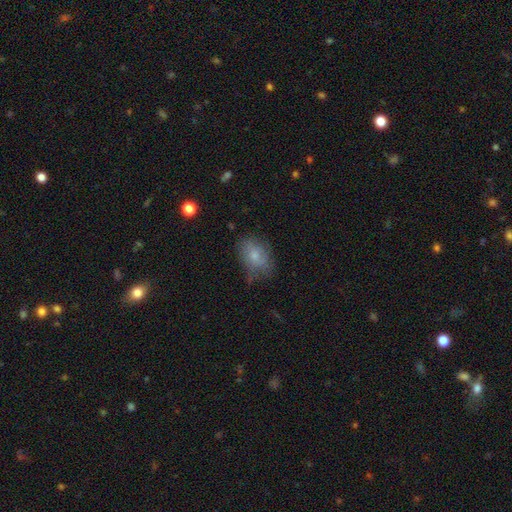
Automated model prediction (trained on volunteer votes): Q: Smooth or featured?
A: smooth (72%); runner-up: featured or disk (19%)
Q: How rounded?
A: in between (80%); runner-up: round (19%)
Q: Merging?
A: none (58%); runner-up: minor disturbance (29%)